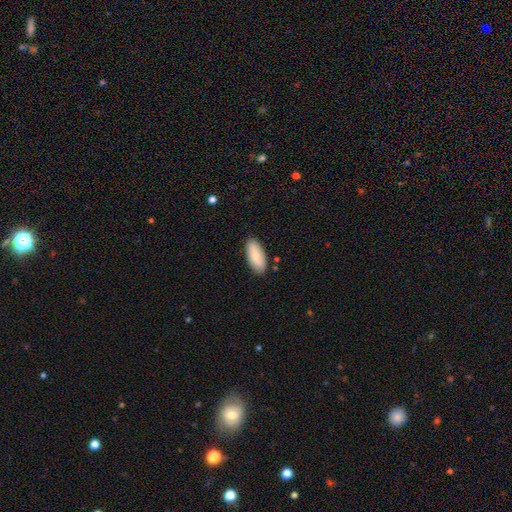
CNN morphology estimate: A smooth galaxy with no disk features (82%) that is in between round and cigar-shaped (85%).

Vote fractions:
- Smooth or featured? smooth: 82% / featured or disk: 12% / star or artifact: 6%
- How rounded? in between: 85% / cigar-shaped: 13% / round: 2%
- Merging? none: 86% / minor disturbance: 10% / major disturbance: 2% / merger: 2%